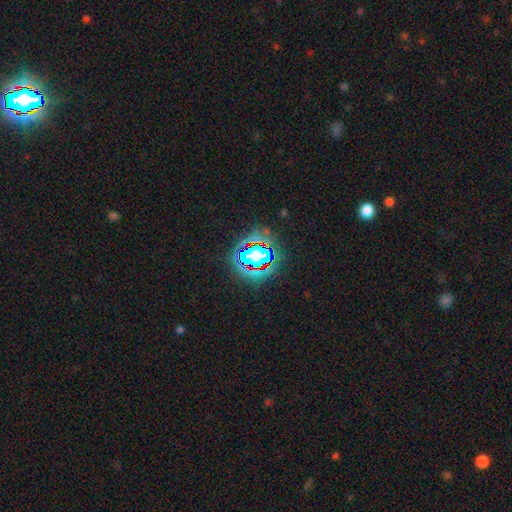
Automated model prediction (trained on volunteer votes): smooth-or-featured: star or artifact: 59% | smooth: 26% | featured or disk: 15%